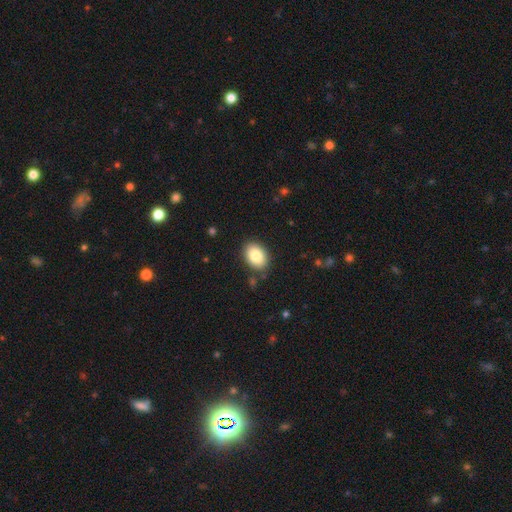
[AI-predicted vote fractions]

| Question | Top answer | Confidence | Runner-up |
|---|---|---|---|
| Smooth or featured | smooth | 84% | featured or disk (8%) |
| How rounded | in between | 79% | round (20%) |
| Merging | none | 87% | minor disturbance (9%) |